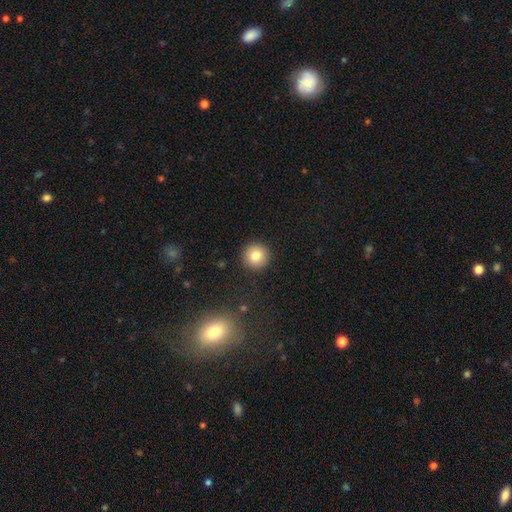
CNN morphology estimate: Smooth or featured?
  - smooth: 81% *
  - star or artifact: 10%
  - featured or disk: 9%
How rounded?
  - round: 95% *
  - in between: 4%
  - cigar-shaped: 1%
Merging?
  - none: 92% *
  - minor disturbance: 5%
  - major disturbance: 2%
  - merger: 1%